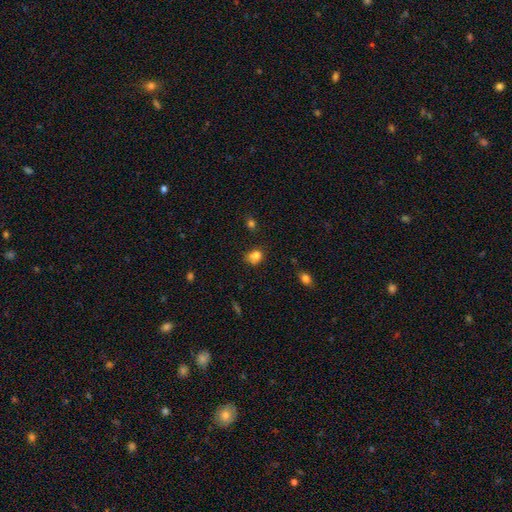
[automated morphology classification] Overall: smooth (77%). How rounded: round (57%; in between 42%). Merging: none (46%; minor disturbance 29%).